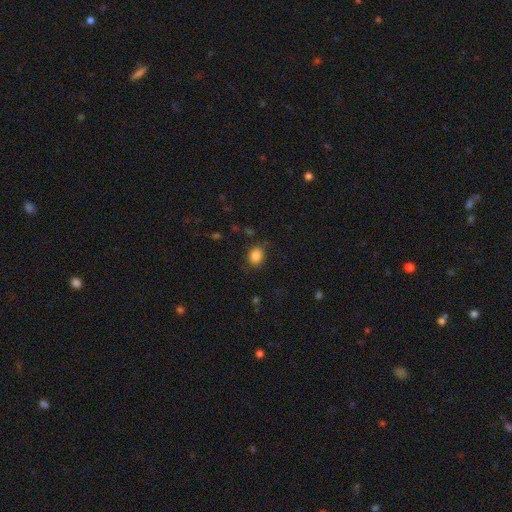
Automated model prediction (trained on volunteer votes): Overall: smooth (85%). How rounded: round (55%; in between 44%). Merging: none (79%).